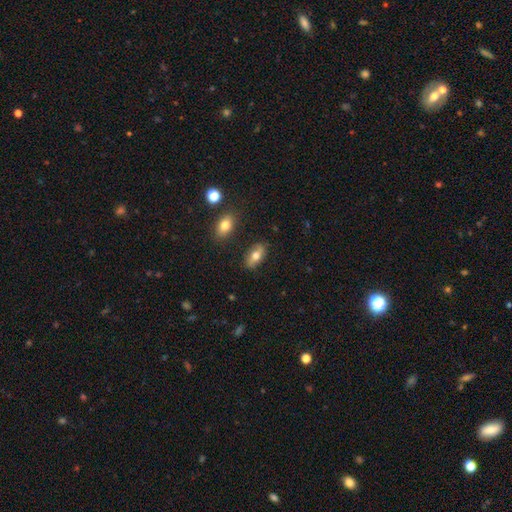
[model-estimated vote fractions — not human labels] A smooth galaxy with no disk features (66%) that is in between round and cigar-shaped (87%).

Vote fractions:
- Smooth or featured? smooth: 66% / featured or disk: 27% / star or artifact: 7%
- How rounded? in between: 87% / cigar-shaped: 9% / round: 5%
- Merging? none: 85% / minor disturbance: 10% / major disturbance: 2% / merger: 2%